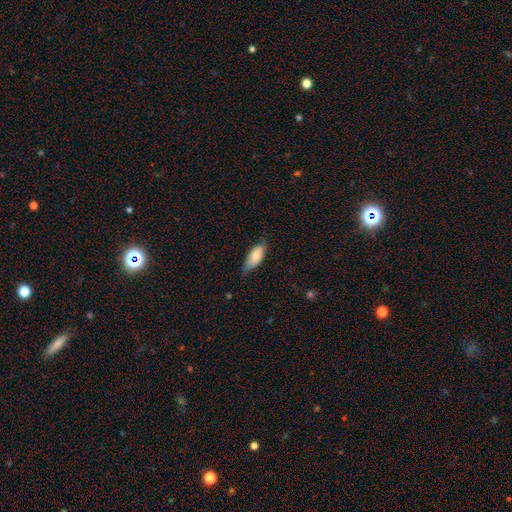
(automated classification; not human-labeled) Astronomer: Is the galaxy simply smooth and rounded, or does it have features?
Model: smooth — 79%.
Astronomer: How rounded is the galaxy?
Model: in between — 82%.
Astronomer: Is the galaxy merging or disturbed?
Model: none — 63%.